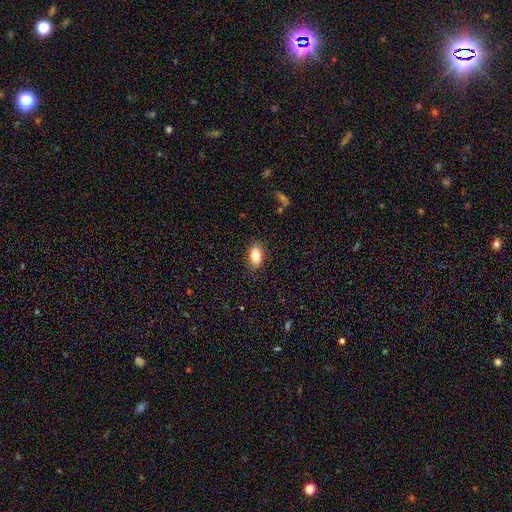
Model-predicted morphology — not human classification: The model was most divided on "merging": none: 84%, minor disturbance: 12%, major disturbance: 3%, merger: 1%. More confident: how rounded — in between (90%); smooth or featured — smooth (82%).